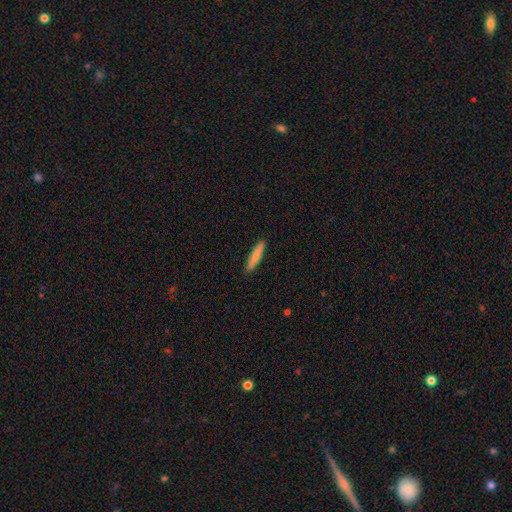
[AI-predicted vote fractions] The model was most divided on "smooth or featured": smooth: 81%, featured or disk: 14%, star or artifact: 6%. More confident: merging — none (91%); how rounded — cigar-shaped (88%).